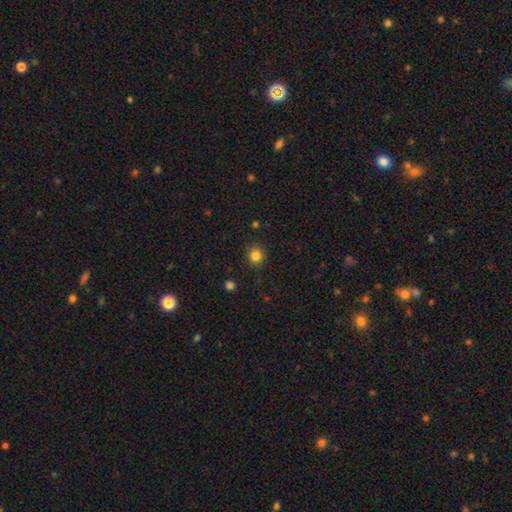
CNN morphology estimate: Smooth or featured: smooth — 84% (star or artifact — 12%)
How rounded: round — 89% (in between — 10%)
Merging: none — 90% (minor disturbance — 7%)